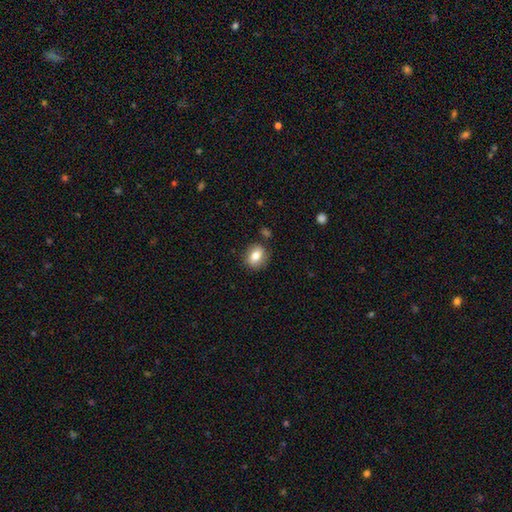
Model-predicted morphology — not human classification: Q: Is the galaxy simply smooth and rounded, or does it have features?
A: smooth — 78%.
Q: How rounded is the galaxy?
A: in between — 52%.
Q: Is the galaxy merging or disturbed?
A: none — 80%.